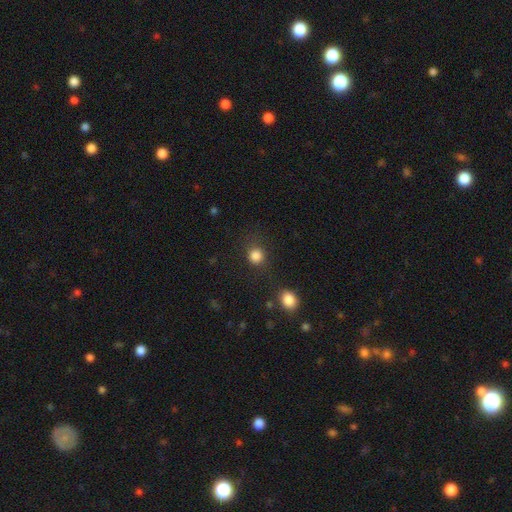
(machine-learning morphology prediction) Overall: smooth (85%). How rounded: round (88%). Merging: none (78%).